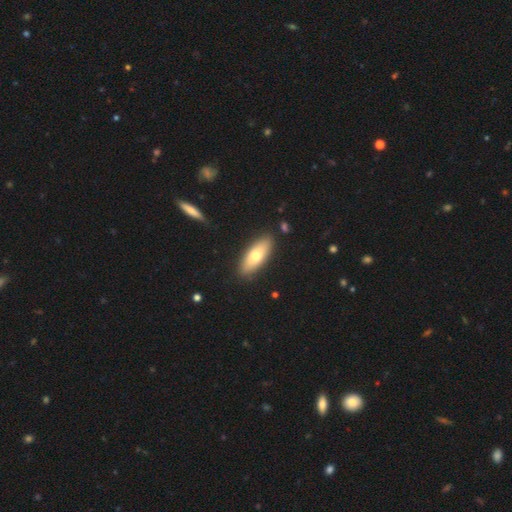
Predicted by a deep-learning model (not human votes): Morphology: type=smooth (69%); roundness=in between (73%); merging=none (88%).